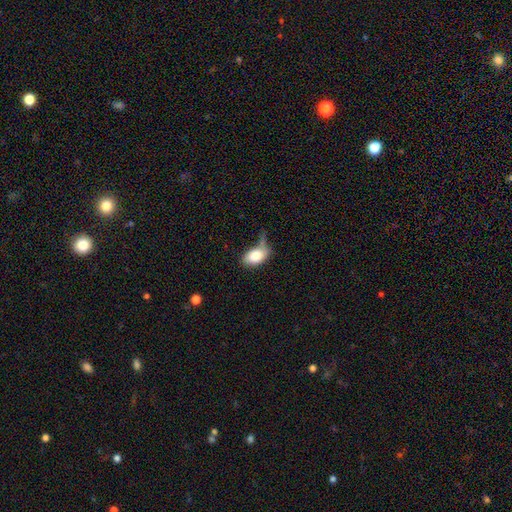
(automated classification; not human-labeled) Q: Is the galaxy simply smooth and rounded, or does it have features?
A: smooth — 83%.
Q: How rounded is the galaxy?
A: in between — 91%.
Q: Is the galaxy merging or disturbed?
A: none — 33%.